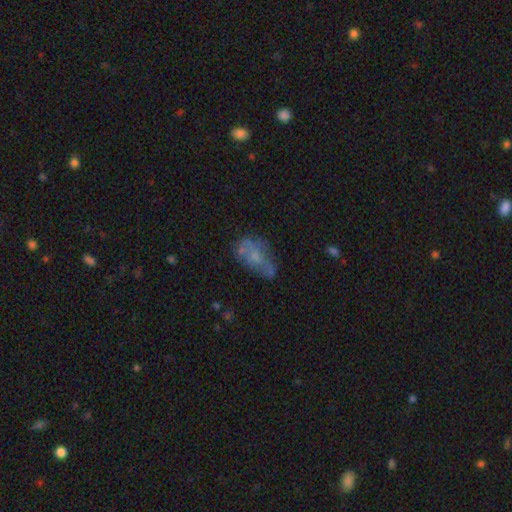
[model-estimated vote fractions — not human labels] smooth_or_featured: featured or disk (p=0.44) [alt: smooth p=0.43]
merging: none (p=0.41) [alt: minor disturbance p=0.24]